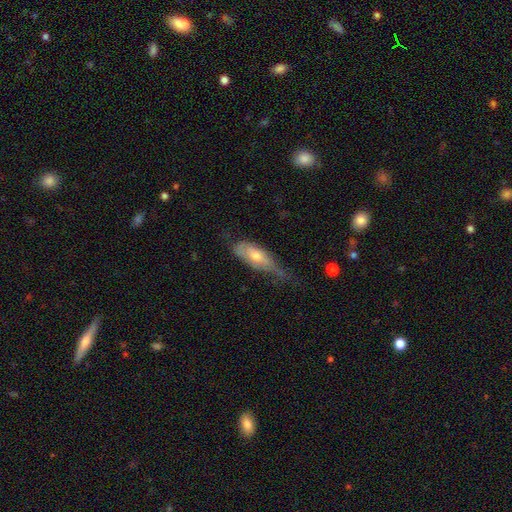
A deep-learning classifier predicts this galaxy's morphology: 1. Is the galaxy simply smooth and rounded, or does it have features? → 53% smooth, 41% featured or disk, 7% star or artifact.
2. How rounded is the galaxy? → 64% in between, 34% cigar-shaped, 2% round.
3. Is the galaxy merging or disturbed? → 41% minor disturbance, 30% none, 26% major disturbance, 3% merger.